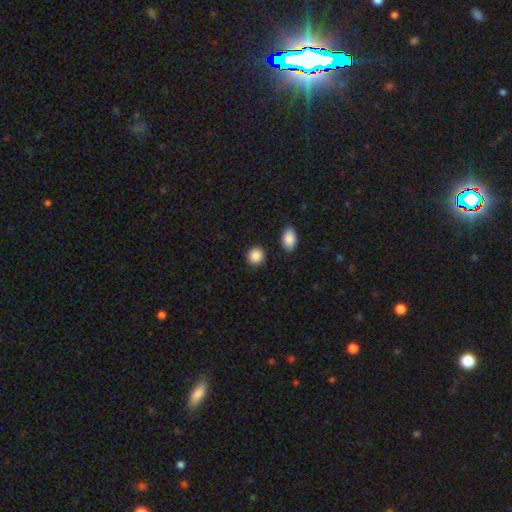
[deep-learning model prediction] Smooth or featured? Predicted: smooth (p=0.89). How rounded? Predicted: round (p=0.83). Merging? Predicted: none (p=0.87).